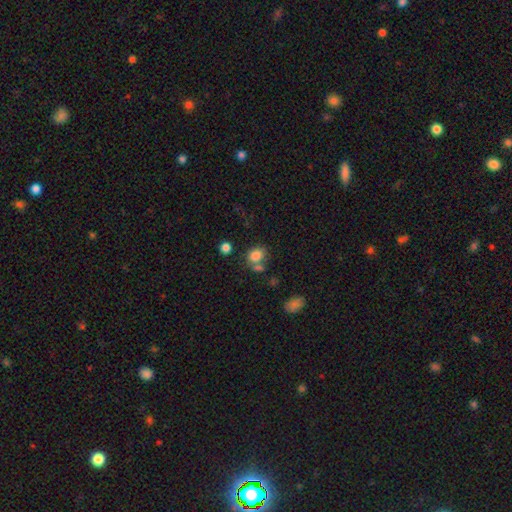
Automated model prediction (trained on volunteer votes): Smooth or featured?
  - smooth: 81% *
  - star or artifact: 11%
  - featured or disk: 8%
How rounded?
  - in between: 57% *
  - round: 42%
  - cigar-shaped: 1%
Merging?
  - none: 55% *
  - merger: 24%
  - minor disturbance: 15%
  - major disturbance: 6%